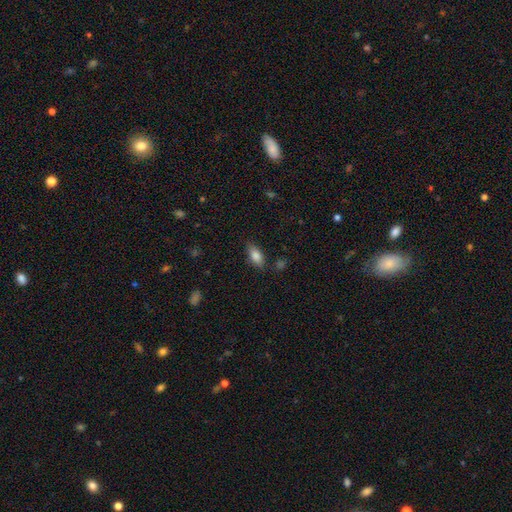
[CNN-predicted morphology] Overall: smooth (83%). How rounded: in between (85%). Merging: none (80%).